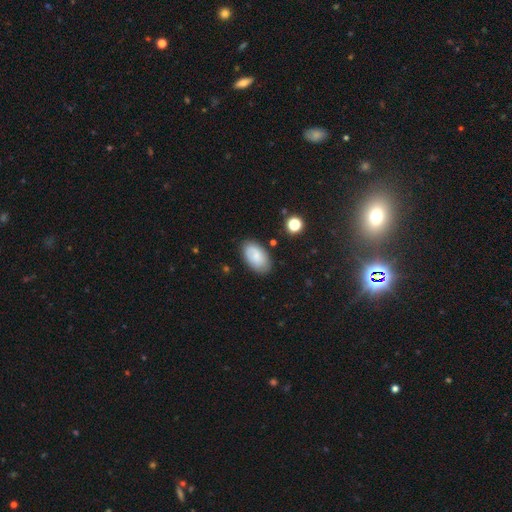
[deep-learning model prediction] Overall: smooth (68%). How rounded: in between (93%). Merging: none (80%).